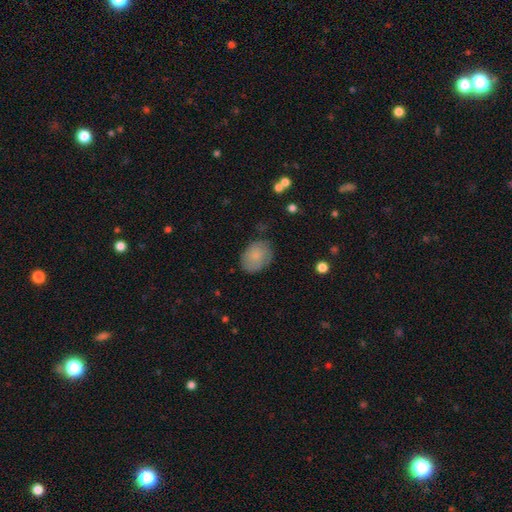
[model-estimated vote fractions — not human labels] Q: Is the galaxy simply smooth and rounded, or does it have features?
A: smooth — 81%.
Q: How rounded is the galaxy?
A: in between — 72%.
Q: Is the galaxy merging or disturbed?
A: none — 72%.